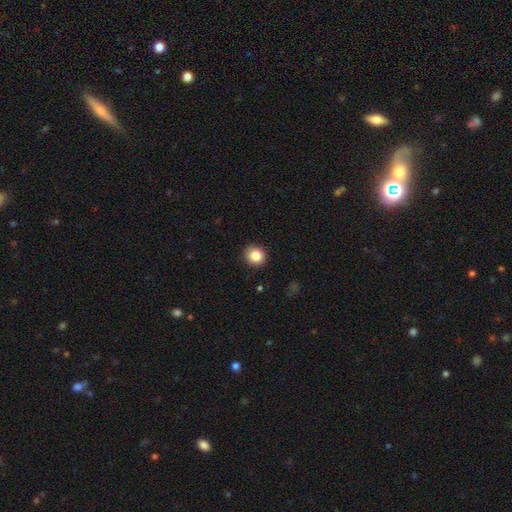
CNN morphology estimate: smooth 84%, star or artifact 10%, featured or disk 6%. Down the decision tree: how rounded — round (89%); merging — none (91%).